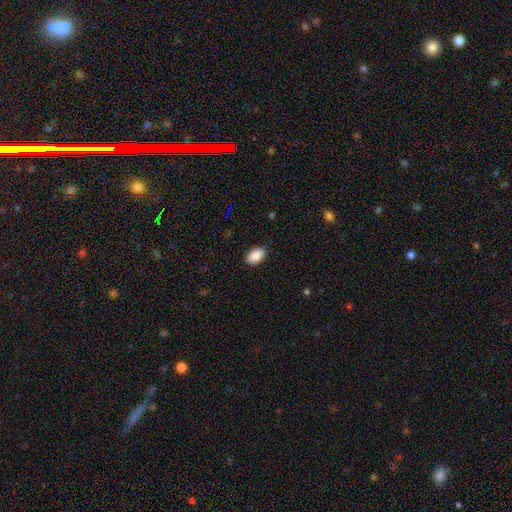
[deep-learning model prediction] This appears to be a smooth galaxy with no disk features (89%) that is in between round and cigar-shaped (93%). Merging: none (89%).